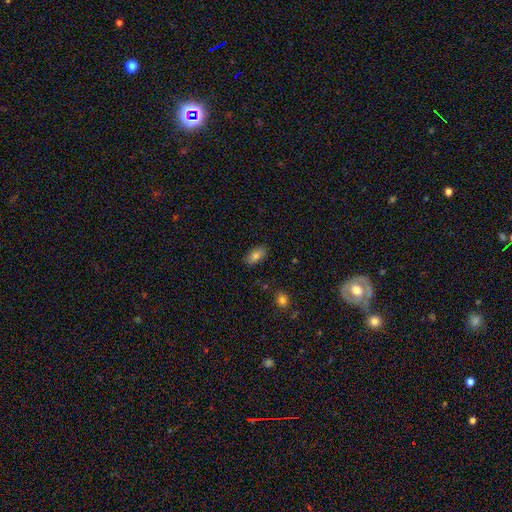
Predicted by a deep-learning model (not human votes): A smooth galaxy with no disk features (83%) that is in between round and cigar-shaped (90%).

Vote fractions:
- Smooth or featured? smooth: 83% / featured or disk: 10% / star or artifact: 8%
- How rounded? in between: 90% / cigar-shaped: 6% / round: 3%
- Merging? none: 85% / minor disturbance: 11% / major disturbance: 2% / merger: 2%